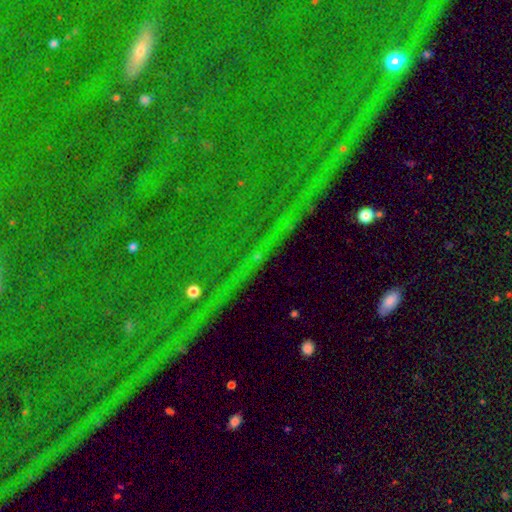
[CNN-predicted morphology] A star or artifact, not a galaxy (84%).

Vote fractions:
- Smooth or featured? star or artifact: 84% / featured or disk: 9% / smooth: 7%